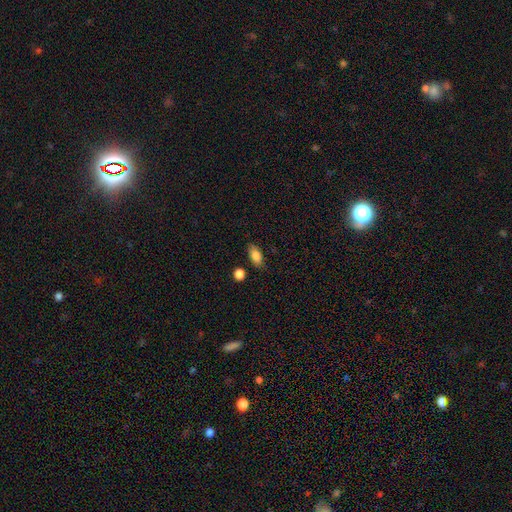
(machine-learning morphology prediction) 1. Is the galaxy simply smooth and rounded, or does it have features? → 84% smooth, 8% featured or disk, 8% star or artifact.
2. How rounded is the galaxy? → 88% in between, 7% round, 5% cigar-shaped.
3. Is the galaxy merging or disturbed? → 79% none, 14% minor disturbance, 4% merger, 3% major disturbance.